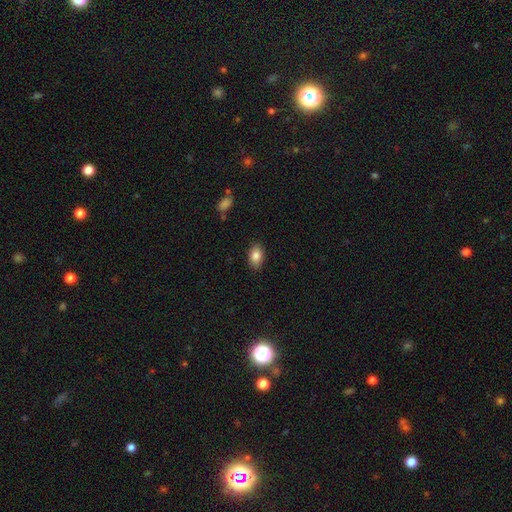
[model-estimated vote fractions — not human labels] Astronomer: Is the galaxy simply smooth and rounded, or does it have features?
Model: smooth — 85%.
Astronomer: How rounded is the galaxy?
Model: in between — 89%.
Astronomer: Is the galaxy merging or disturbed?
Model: none — 87%.